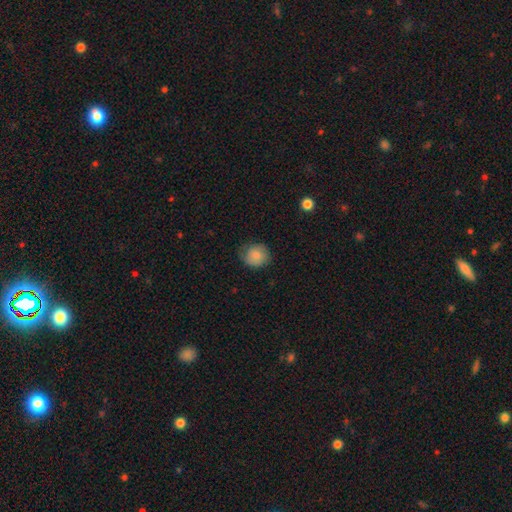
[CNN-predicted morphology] Smooth or featured? Predicted: smooth (p=0.83). How rounded? Predicted: round (p=0.81). Merging? Predicted: none (p=0.71).